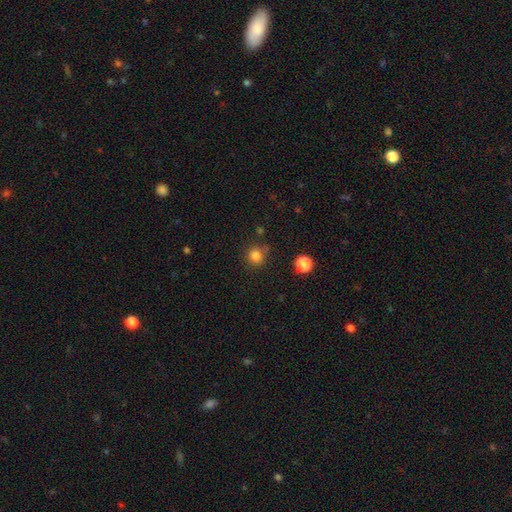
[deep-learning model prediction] Morphology: type=smooth (82%); roundness=round (90%); merging=none (77%).